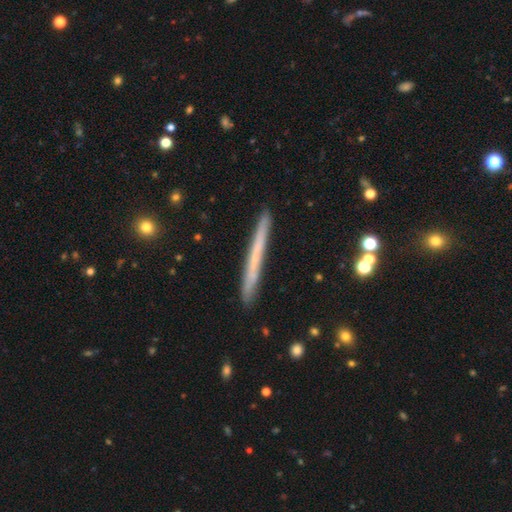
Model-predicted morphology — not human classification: A smooth galaxy with no disk features (51%) that is cigar-shaped (97%). Merging: none (90%).